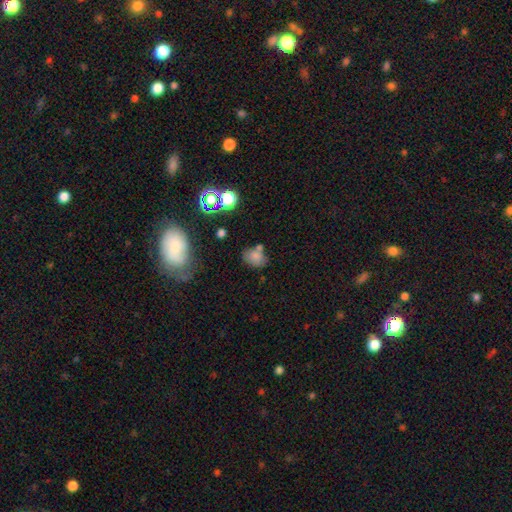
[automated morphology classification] smooth 73%, star or artifact 15%, featured or disk 11%. Down the decision tree: how rounded — in between (63%); merging — none (53%).